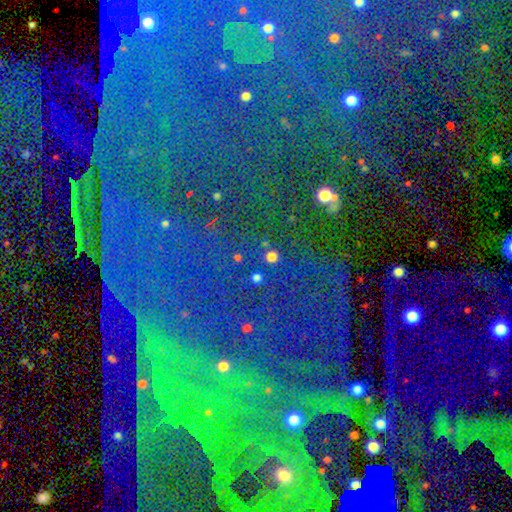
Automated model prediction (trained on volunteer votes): The model was most divided on "smooth or featured": star or artifact: 83%, smooth: 9%, featured or disk: 8%.